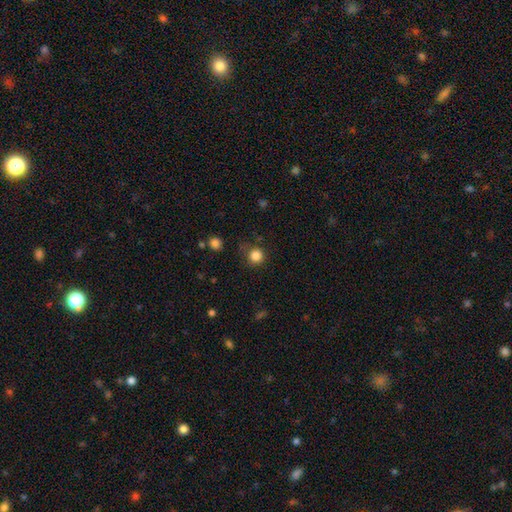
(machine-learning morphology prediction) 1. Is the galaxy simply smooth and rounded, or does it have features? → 83% smooth, 13% star or artifact, 4% featured or disk.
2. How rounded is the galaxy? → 93% round, 6% in between, 1% cigar-shaped.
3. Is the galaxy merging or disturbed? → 80% none, 13% minor disturbance, 5% major disturbance, 3% merger.